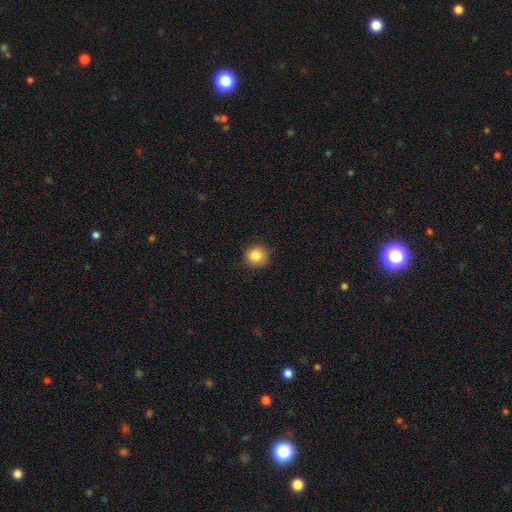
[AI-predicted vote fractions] smooth_or_featured: smooth (p=0.85) [alt: star or artifact p=0.10]
how_rounded: round (p=0.92) [alt: in between p=0.07]
merging: none (p=0.89) [alt: minor disturbance p=0.08]